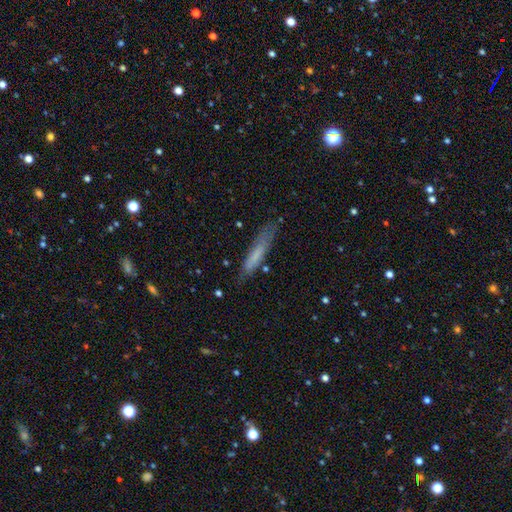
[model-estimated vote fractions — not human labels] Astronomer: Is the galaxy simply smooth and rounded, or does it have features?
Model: smooth — 65%.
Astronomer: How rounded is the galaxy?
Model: cigar-shaped — 89%.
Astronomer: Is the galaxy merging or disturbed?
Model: none — 71%.